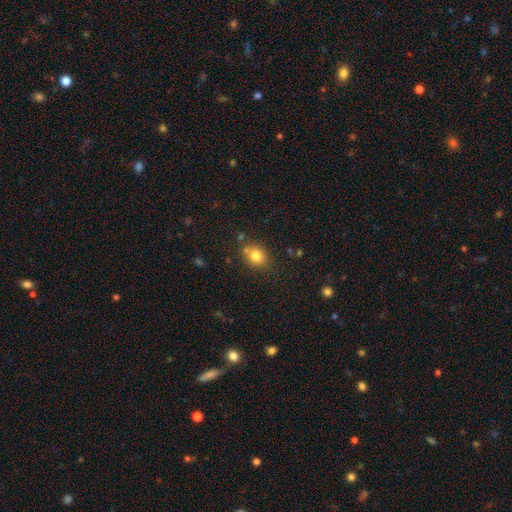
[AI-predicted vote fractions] A smooth galaxy with no disk features (80%) that is round (58%).

Vote fractions:
- Smooth or featured? smooth: 80% / star or artifact: 12% / featured or disk: 9%
- How rounded? round: 58% / in between: 41% / cigar-shaped: 1%
- Merging? none: 71% / minor disturbance: 14% / merger: 11% / major disturbance: 4%